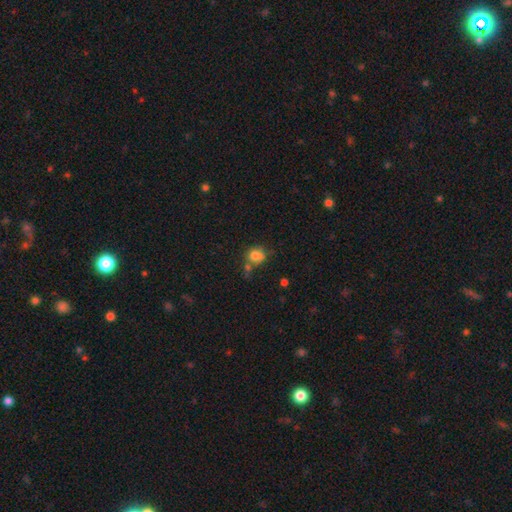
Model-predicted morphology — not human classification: type=smooth (79%); roundness=round (58%); merging=none (46%).